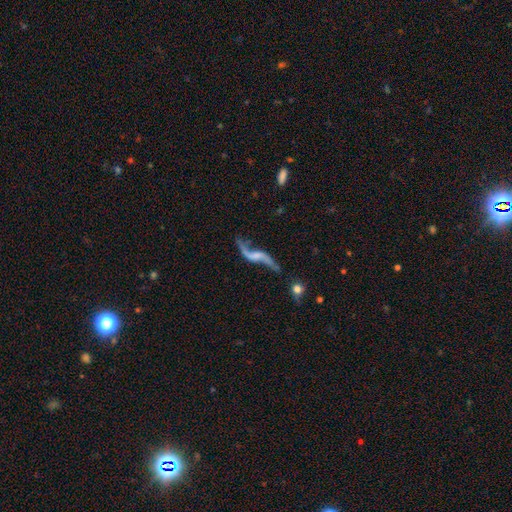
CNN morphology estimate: Q: Smooth or featured?
A: featured or disk (86%); runner-up: smooth (8%)
Q: Edge-on disk?
A: no (89%); runner-up: yes (11%)
Q: Bar?
A: no (43%); runner-up: weak (39%)
Q: Spiral arms?
A: yes (93%); runner-up: no (7%)
Q: Spiral winding?
A: loose (94%); runner-up: medium (4%)
Q: Spiral arm count?
A: 2 (93%); runner-up: 1 (3%)
Q: Bulge size?
A: none (48%); runner-up: small (30%)
Q: Merging?
A: none (60%); runner-up: minor disturbance (18%)